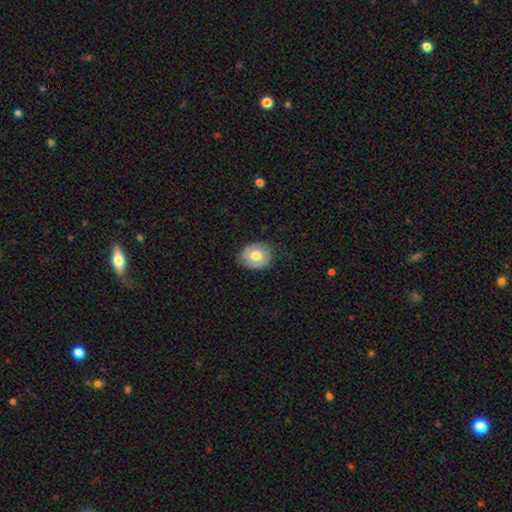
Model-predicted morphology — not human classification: Smooth or featured? Predicted: smooth (p=0.65). How rounded? Predicted: round (p=0.62). Merging? Predicted: none (p=0.81).